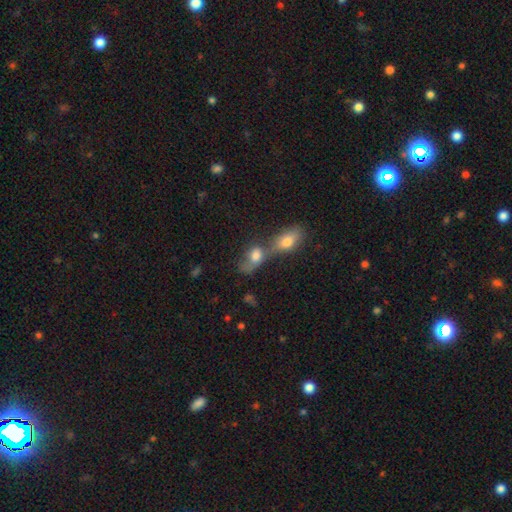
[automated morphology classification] smooth 73%, featured or disk 16%, star or artifact 11%. Down the decision tree: how rounded — in between (76%); merging — merger (70%).